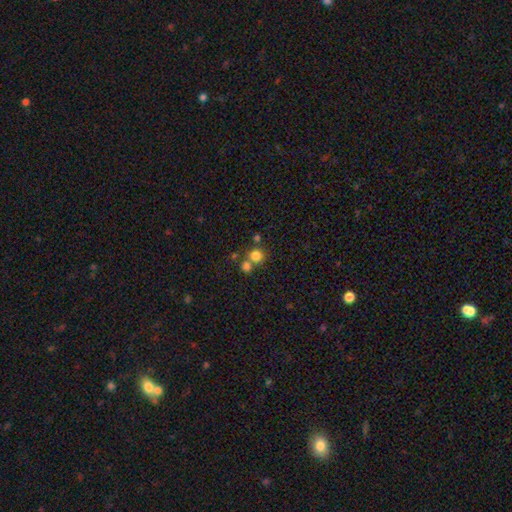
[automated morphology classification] smooth_or_featured: smooth (p=0.79) [alt: star or artifact p=0.13]
how_rounded: round (p=0.88) [alt: in between p=0.11]
merging: none (p=0.56) [alt: merger p=0.33]